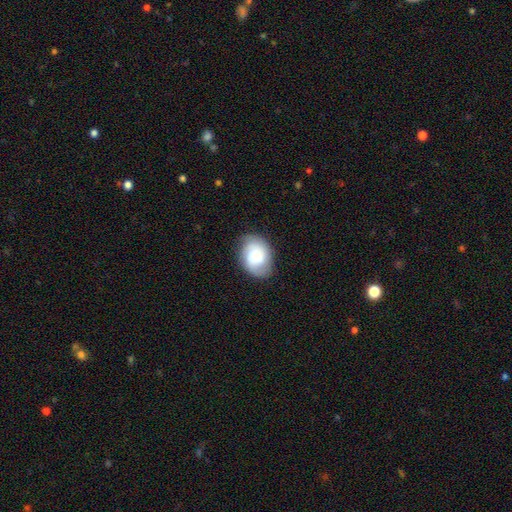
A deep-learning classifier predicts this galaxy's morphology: smooth_or_featured: smooth (p=0.53) [alt: featured or disk p=0.39]
how_rounded: in between (p=0.70) [alt: round p=0.29]
merging: none (p=0.75) [alt: minor disturbance p=0.18]